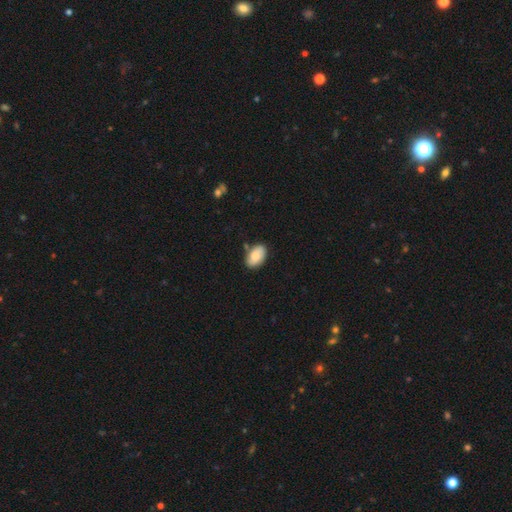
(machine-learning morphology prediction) A smooth galaxy with no disk features (76%) that is in between round and cigar-shaped (92%). Merging: none (76%).